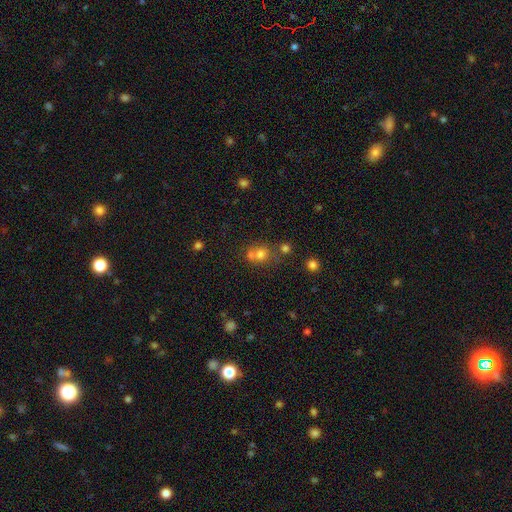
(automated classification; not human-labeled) This appears to be a smooth galaxy with no disk features (63%) that is round (79%). Merging: none (50%).